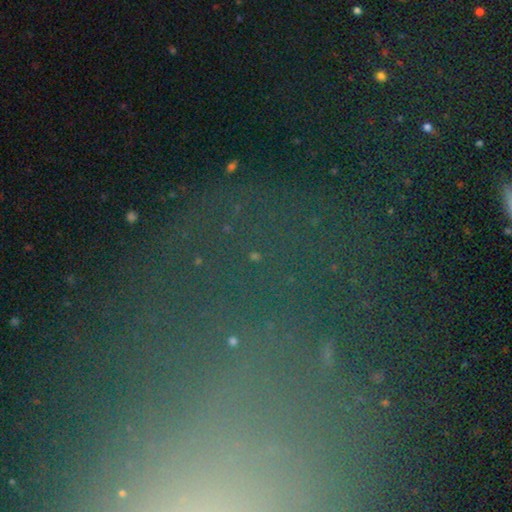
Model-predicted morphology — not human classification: smooth-or-featured: star or artifact: 73% | smooth: 15% | featured or disk: 12%